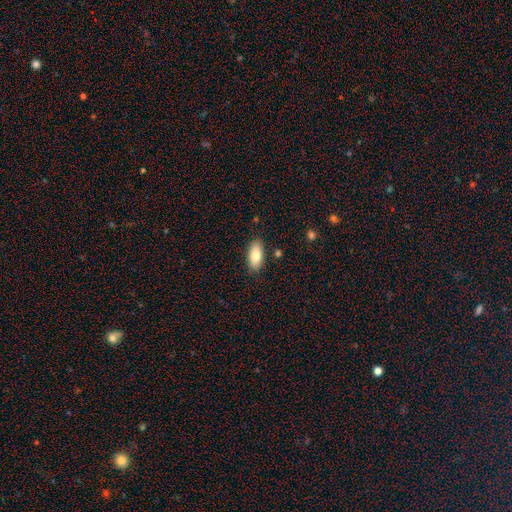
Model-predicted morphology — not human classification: Q: Smooth or featured?
A: smooth (81%); runner-up: featured or disk (12%)
Q: How rounded?
A: in between (89%); runner-up: cigar-shaped (9%)
Q: Merging?
A: none (85%); runner-up: minor disturbance (11%)